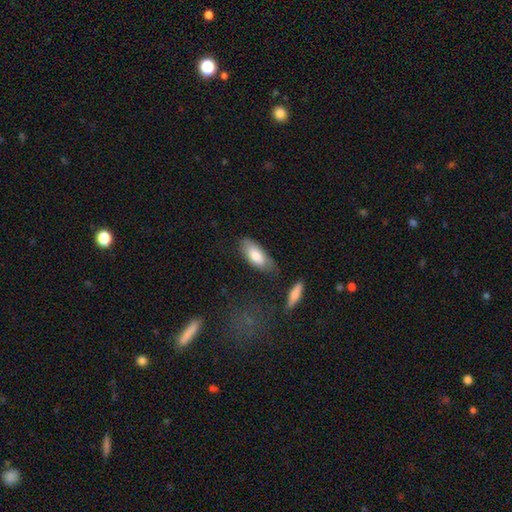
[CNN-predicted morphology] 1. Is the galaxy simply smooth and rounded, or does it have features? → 75% smooth, 19% featured or disk, 6% star or artifact.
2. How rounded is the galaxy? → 83% in between, 15% cigar-shaped, 2% round.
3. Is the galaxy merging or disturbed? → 69% none, 22% minor disturbance, 5% major disturbance, 4% merger.